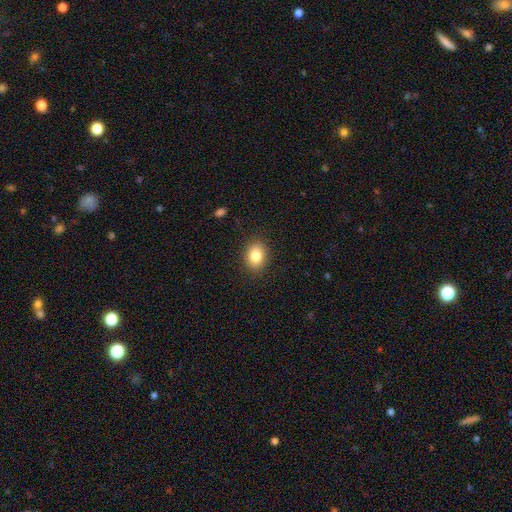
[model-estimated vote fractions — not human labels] Smooth or featured: smooth — 83% (star or artifact — 9%)
How rounded: in between — 59% (round — 40%)
Merging: none — 88% (minor disturbance — 8%)